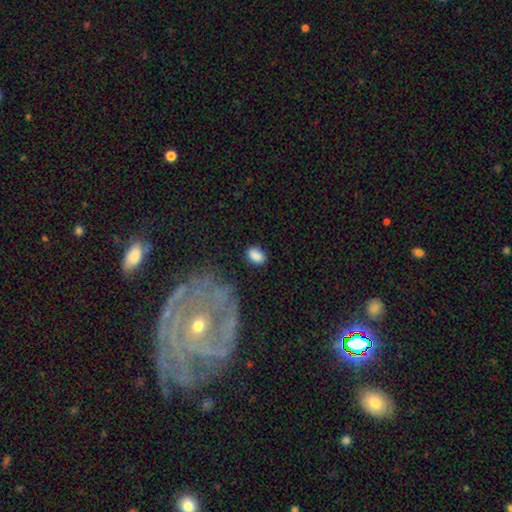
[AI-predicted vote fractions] Smooth or featured: smooth — 86% (star or artifact — 8%)
How rounded: in between — 83% (round — 15%)
Merging: none — 80% (minor disturbance — 13%)